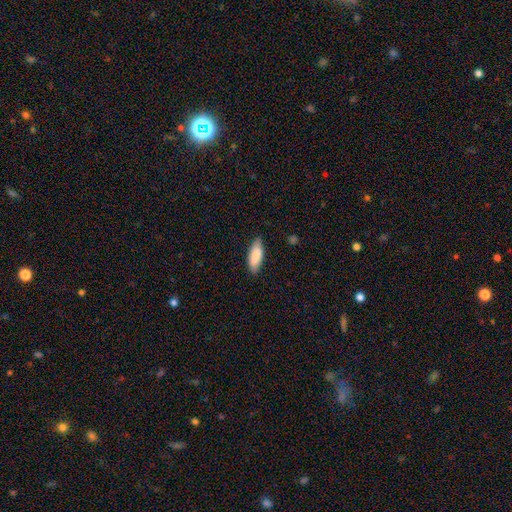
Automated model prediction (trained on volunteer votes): Smooth or featured?
  - smooth: 86% *
  - featured or disk: 8%
  - star or artifact: 6%
How rounded?
  - in between: 70% *
  - cigar-shaped: 29%
  - round: 2%
Merging?
  - none: 81% *
  - minor disturbance: 15%
  - major disturbance: 2%
  - merger: 1%